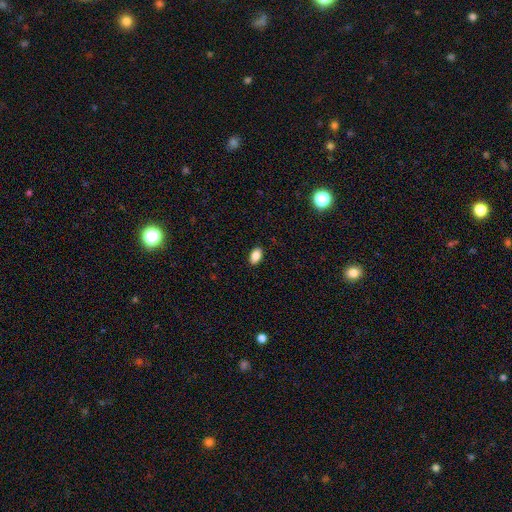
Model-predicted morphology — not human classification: A smooth galaxy with no disk features (85%) that is in between round and cigar-shaped (91%).

Vote fractions:
- Smooth or featured? smooth: 85% / star or artifact: 8% / featured or disk: 6%
- How rounded? in between: 91% / round: 7% / cigar-shaped: 2%
- Merging? none: 89% / minor disturbance: 8% / major disturbance: 2% / merger: 1%